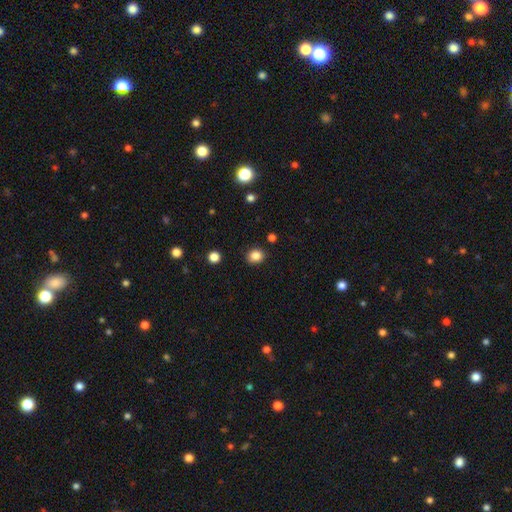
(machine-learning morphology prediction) This appears to be a smooth galaxy with no disk features (83%) that is round (72%). Merging: none (87%).